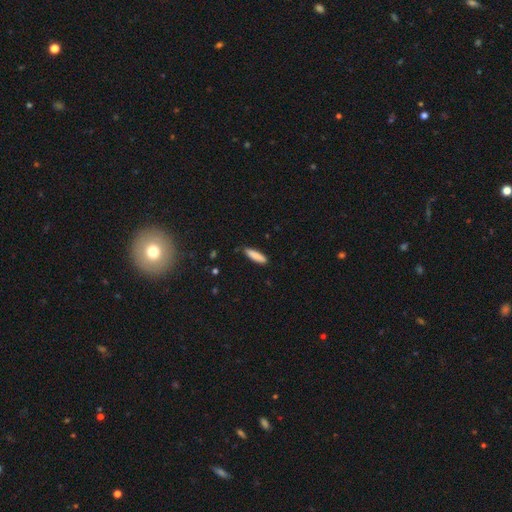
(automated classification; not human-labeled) Smooth or featured? Predicted: smooth (p=0.87). How rounded? Predicted: cigar-shaped (p=0.73). Merging? Predicted: none (p=0.86).